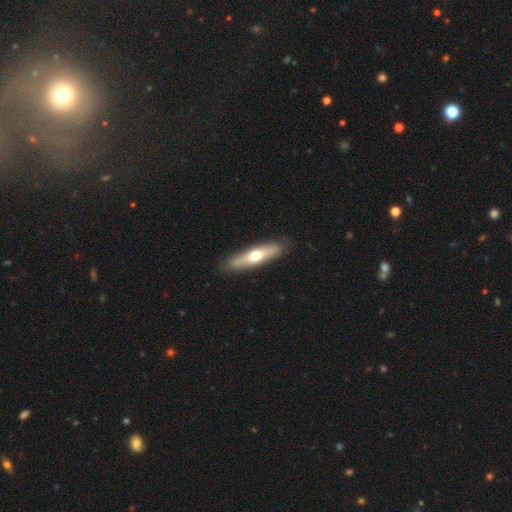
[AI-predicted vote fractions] smooth 50%, featured or disk 45%, star or artifact 5%. Down the decision tree: how rounded — cigar-shaped (74%); merging — none (88%).